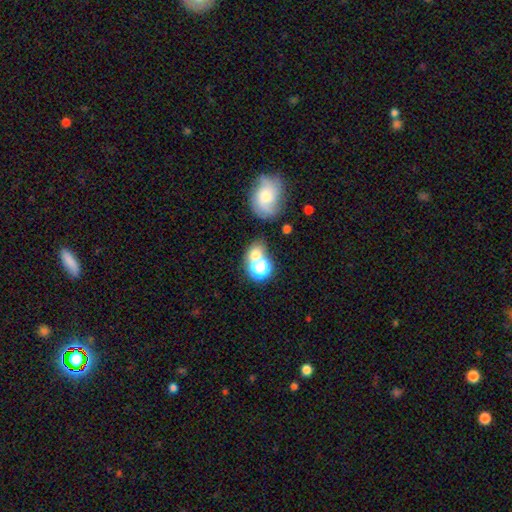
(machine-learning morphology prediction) The model was most divided on "merging": none: 49%, merger: 32%, minor disturbance: 11%, major disturbance: 7%. More confident: smooth or featured — smooth (64%); how rounded — round (62%).